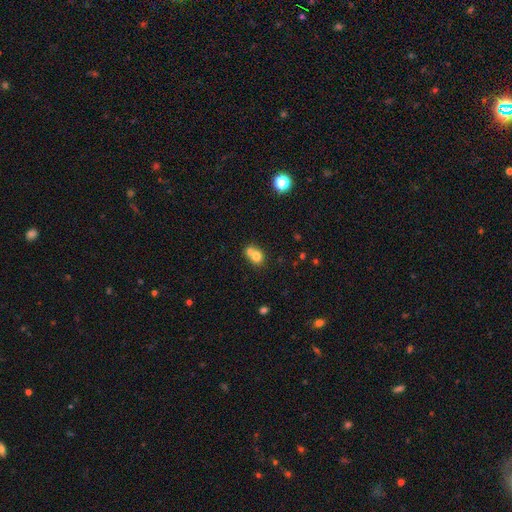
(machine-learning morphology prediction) smooth-or-featured: smooth: 73% | featured or disk: 15% | star or artifact: 11%
  how-rounded: round: 68% | in between: 31% | cigar-shaped: 1%
  merging: merger: 59% | none: 32% | minor disturbance: 7% | major disturbance: 3%